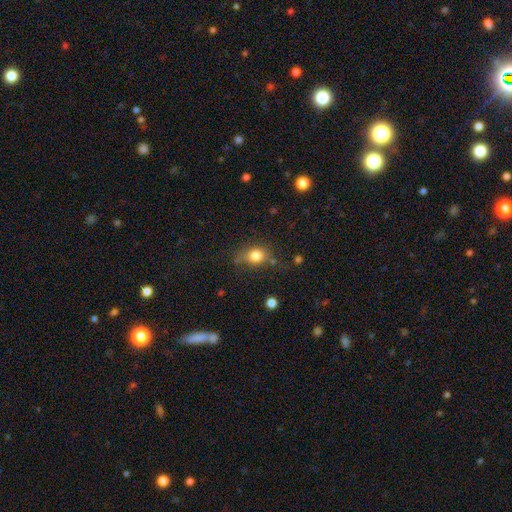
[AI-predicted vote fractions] Smooth or featured?
  - smooth: 80% *
  - star or artifact: 12%
  - featured or disk: 9%
How rounded?
  - round: 52% *
  - in between: 46%
  - cigar-shaped: 2%
Merging?
  - none: 68% *
  - minor disturbance: 20%
  - major disturbance: 7%
  - merger: 5%